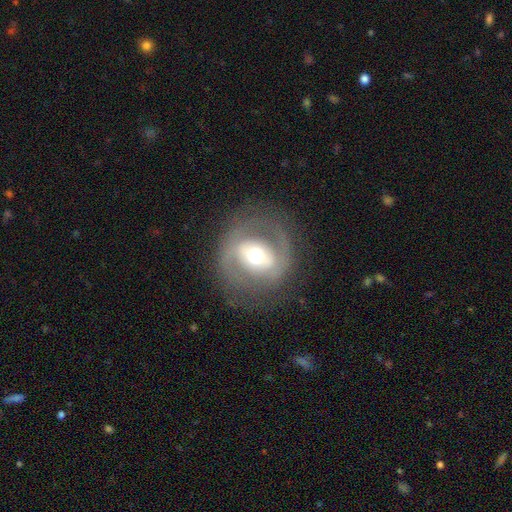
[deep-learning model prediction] featured or disk 64%, smooth 28%, star or artifact 8%. Down the decision tree: edge-on disk — no (95%); bar — no (42%); spiral arms — no (54%); bulge size — moderate (59%); merging — none (74%).